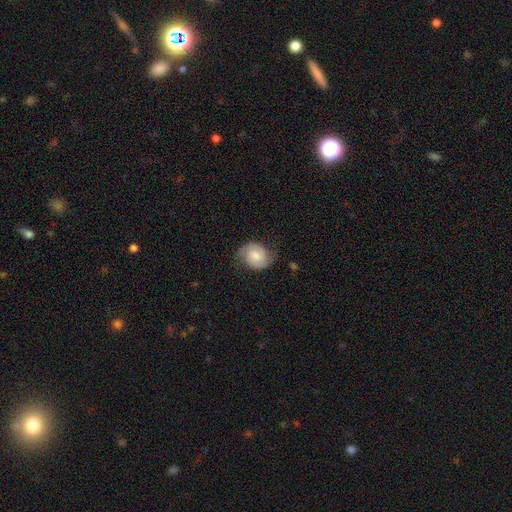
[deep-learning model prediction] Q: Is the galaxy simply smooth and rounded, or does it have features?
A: featured or disk — 60%.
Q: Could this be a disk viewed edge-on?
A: no — 98%.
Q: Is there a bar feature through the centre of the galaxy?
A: no — 49%.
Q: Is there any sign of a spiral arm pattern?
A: yes — 94%.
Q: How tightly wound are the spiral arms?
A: medium — 46%.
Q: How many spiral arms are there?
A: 2 — 88%.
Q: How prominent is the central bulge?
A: moderate — 42%.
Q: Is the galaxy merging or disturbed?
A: none — 71%.